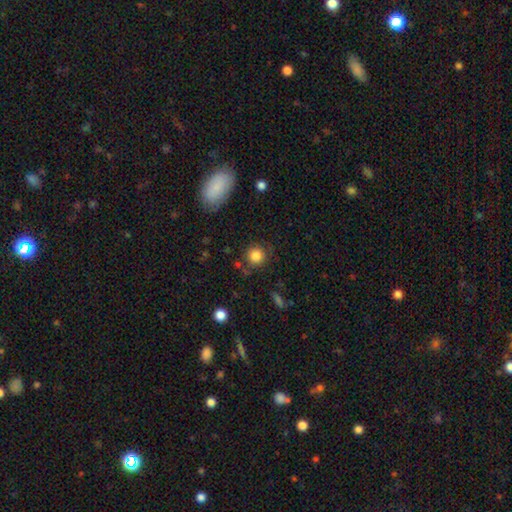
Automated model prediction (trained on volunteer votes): This is clearly a smooth galaxy (83%). How rounded: clearly round (90%). Merging: likely none (78%).